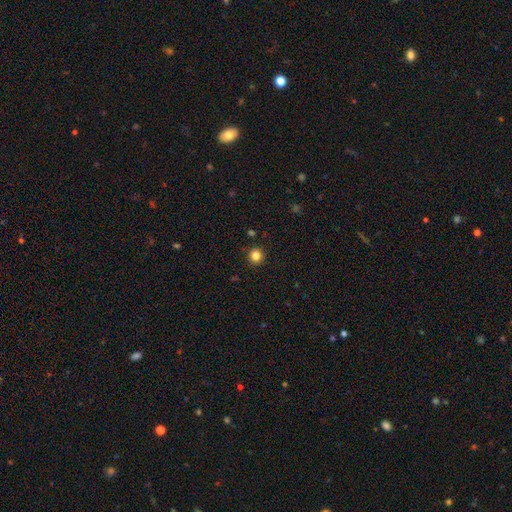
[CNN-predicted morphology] This is clearly a smooth galaxy (83%). How rounded: clearly round (95%). Merging: clearly none (92%).